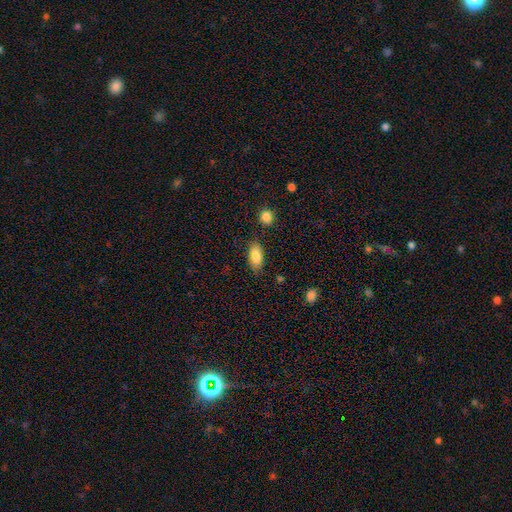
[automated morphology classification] Smooth or featured? Predicted: smooth (p=0.85). How rounded? Predicted: in between (p=0.89). Merging? Predicted: none (p=0.83).